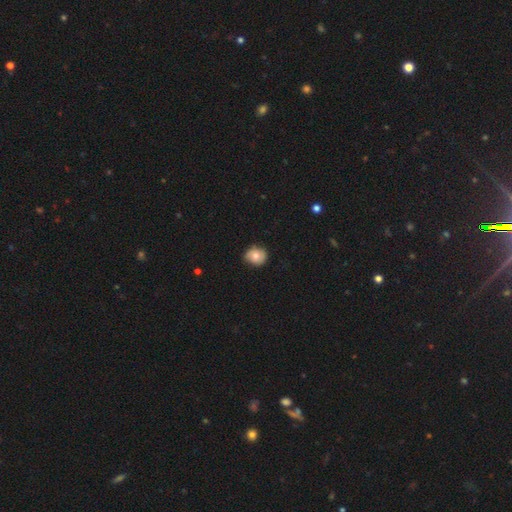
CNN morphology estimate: This is likely a smooth galaxy (70%). How rounded: likely round (74%). Merging: likely none (75%).